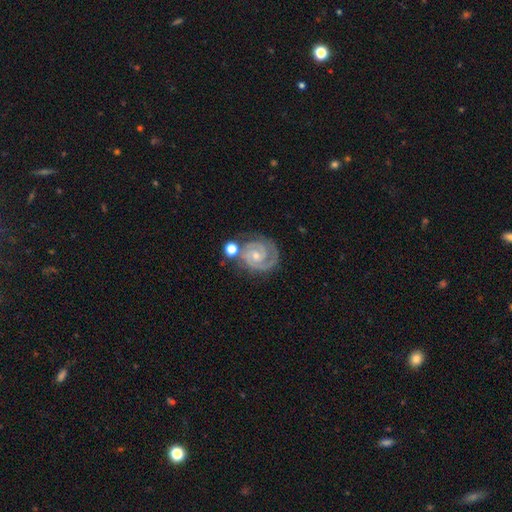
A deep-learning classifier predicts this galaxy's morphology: A featured or disk galaxy (91%) with no bar (60%), 2 (77%) tight (72%) spiral arms (98%) and a small central bulge (62%). Merging: none (70%).